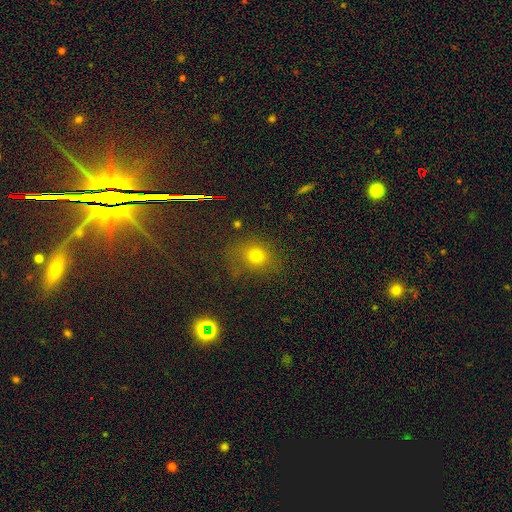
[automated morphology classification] The model was most divided on "how rounded": round: 61%, in between: 37%, cigar-shaped: 2%. More confident: merging — none (70%); smooth or featured — smooth (70%).